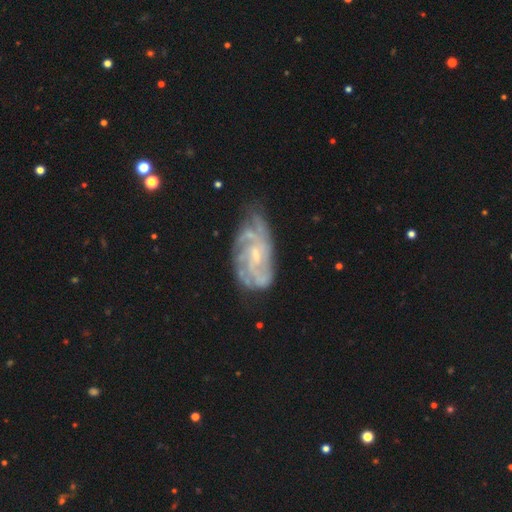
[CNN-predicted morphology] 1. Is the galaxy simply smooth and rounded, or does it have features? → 83% featured or disk, 9% smooth, 7% star or artifact.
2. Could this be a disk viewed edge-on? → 95% no, 5% yes.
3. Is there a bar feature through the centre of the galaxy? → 54% no, 38% weak, 8% strong.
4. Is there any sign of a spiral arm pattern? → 94% yes, 6% no.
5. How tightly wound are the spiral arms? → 54% tight, 36% medium, 10% loose.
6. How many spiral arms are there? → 32% can't tell, 22% 4, 21% 3, 13% 2, 7% more than 4, 6% 1.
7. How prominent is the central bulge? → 64% small, 27% moderate, 7% none, 1% large, 1% dominant.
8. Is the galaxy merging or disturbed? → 61% none, 25% minor disturbance, 12% major disturbance, 2% merger.